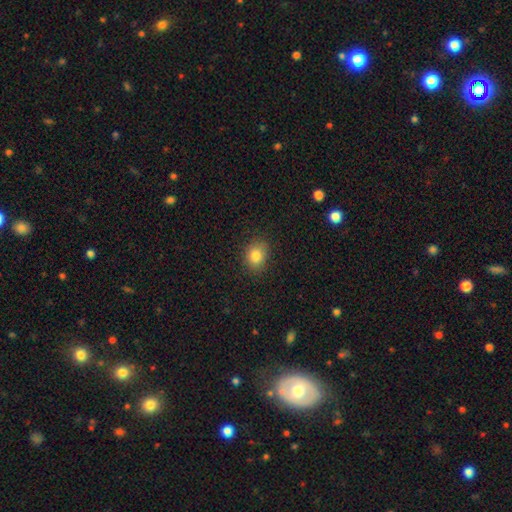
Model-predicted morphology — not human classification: smooth-or-featured: smooth: 84% | star or artifact: 10% | featured or disk: 6%
  how-rounded: round: 51% | in between: 48% | cigar-shaped: 1%
  merging: none: 85% | minor disturbance: 11% | major disturbance: 3% | merger: 1%